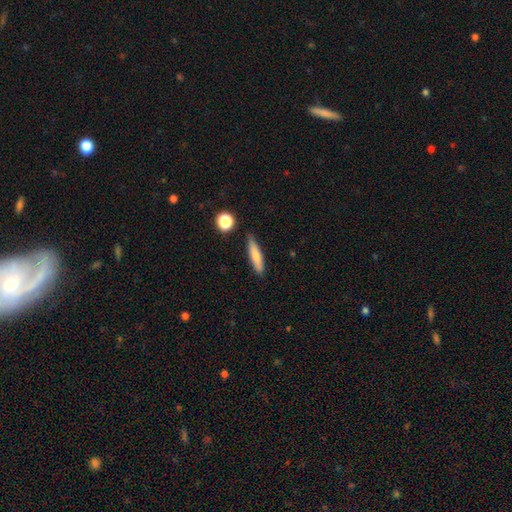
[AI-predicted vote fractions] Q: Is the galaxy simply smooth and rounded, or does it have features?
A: smooth — 75%.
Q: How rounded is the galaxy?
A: cigar-shaped — 83%.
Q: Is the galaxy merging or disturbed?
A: none — 85%.